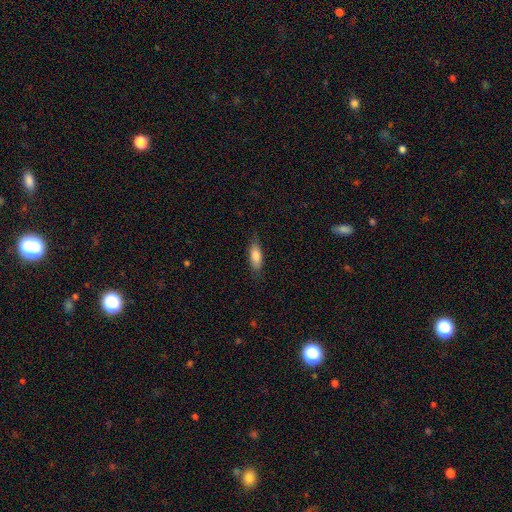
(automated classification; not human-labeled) The model was most divided on "how rounded": in between: 73%, cigar-shaped: 25%, round: 2%. More confident: smooth or featured — smooth (79%); merging — none (77%).